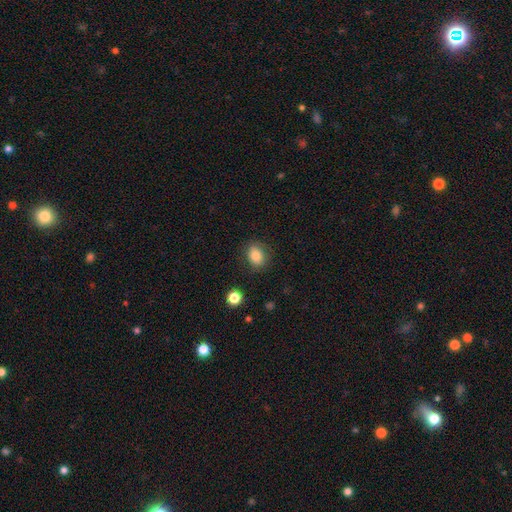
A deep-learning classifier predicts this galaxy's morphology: smooth 81%, star or artifact 10%, featured or disk 10%. Down the decision tree: how rounded — in between (57%); merging — none (82%).